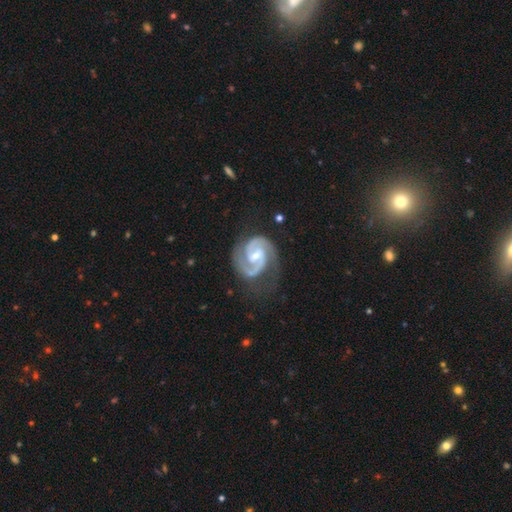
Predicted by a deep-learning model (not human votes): The model was most divided on "bulge size": moderate: 50%, small: 45%, none: 2%, large: 2%, dominant: 1%. More confident: spiral arms — yes (99%); edge-on disk — no (98%); smooth or featured — featured or disk (93%); spiral arm count — 2 (92%); merging — none (69%); bar — weak (53%); spiral winding — medium (53%).